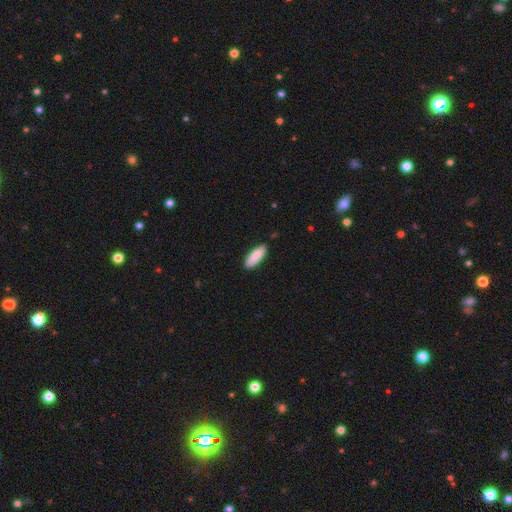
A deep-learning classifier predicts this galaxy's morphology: Smooth or featured: smooth — 87% (featured or disk — 8%)
How rounded: in between — 64% (cigar-shaped — 34%)
Merging: none — 87% (minor disturbance — 10%)